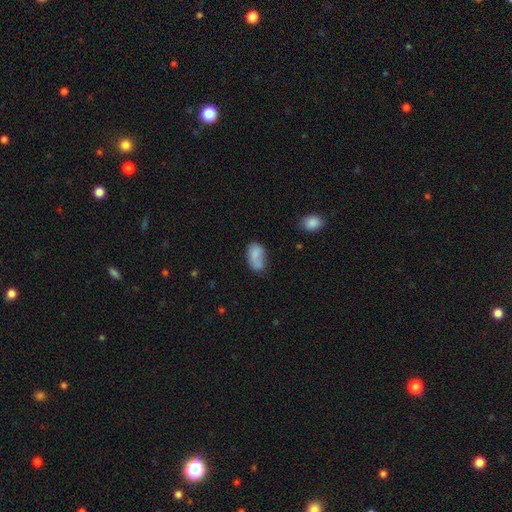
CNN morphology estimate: Smooth or featured: smooth — 76% (featured or disk — 16%)
How rounded: in between — 91% (round — 8%)
Merging: none — 49% (minor disturbance — 28%)